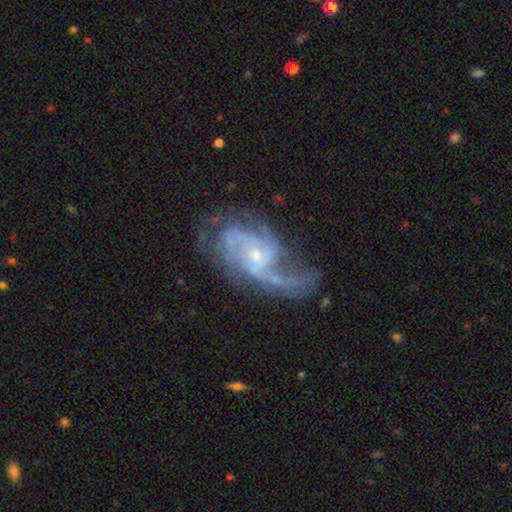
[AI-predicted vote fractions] smooth_or_featured: featured or disk (p=0.88) [alt: star or artifact p=0.06]
disk_edge_on: no (p=0.97) [alt: yes p=0.03]
bar: no (p=0.63) [alt: weak p=0.30]
has_spiral_arms: yes (p=0.96) [alt: no p=0.04]
spiral_winding: medium (p=0.47) [alt: loose p=0.32]
spiral_arm_count: 2 (p=0.32) [alt: 3 p=0.28]
bulge_size: small (p=0.73) [alt: moderate p=0.22]
merging: none (p=0.47) [alt: major disturbance p=0.29]